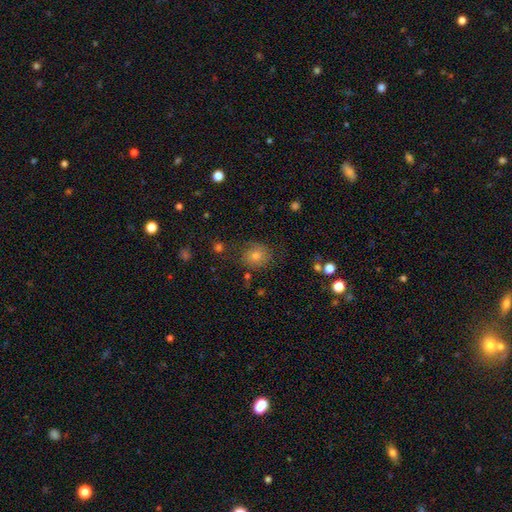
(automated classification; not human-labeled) Overall: smooth (62%). How rounded: round (79%). Merging: none (79%).